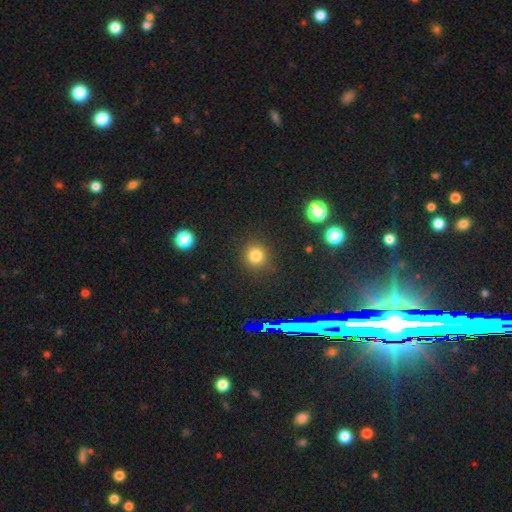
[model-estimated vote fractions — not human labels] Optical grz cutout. It shows a smooth galaxy with no disk features (77%) that is round (90%). Merging: none (88%).